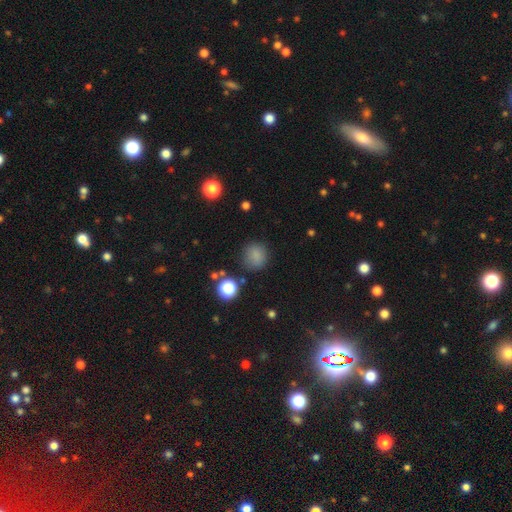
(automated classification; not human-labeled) Overall: smooth (81%). How rounded: round (87%). Merging: none (81%).